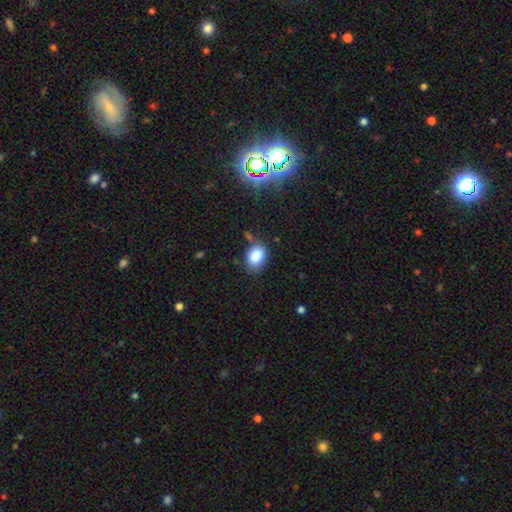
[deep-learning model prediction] Morphology: type=smooth (84%); roundness=in between (68%); merging=none (75%).